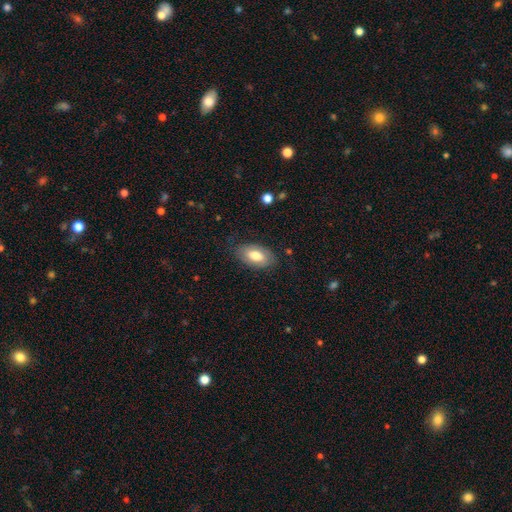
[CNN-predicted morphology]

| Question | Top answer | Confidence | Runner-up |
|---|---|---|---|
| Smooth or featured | smooth | 70% | featured or disk (23%) |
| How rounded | in between | 93% | round (4%) |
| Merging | none | 78% | minor disturbance (16%) |